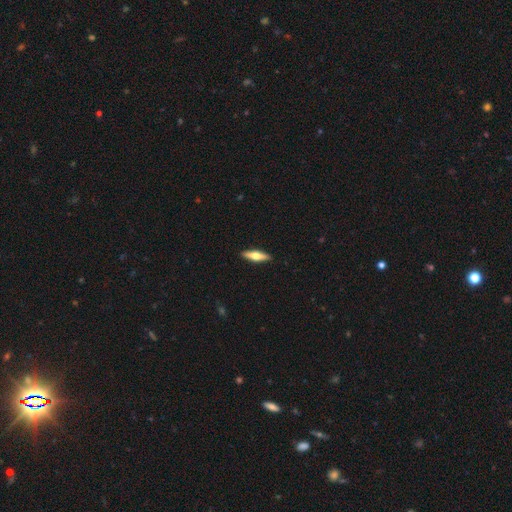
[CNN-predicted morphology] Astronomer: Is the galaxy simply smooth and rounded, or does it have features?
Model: featured or disk — 48% (runner-up: smooth, 46%).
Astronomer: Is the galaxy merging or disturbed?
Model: none — 91%.